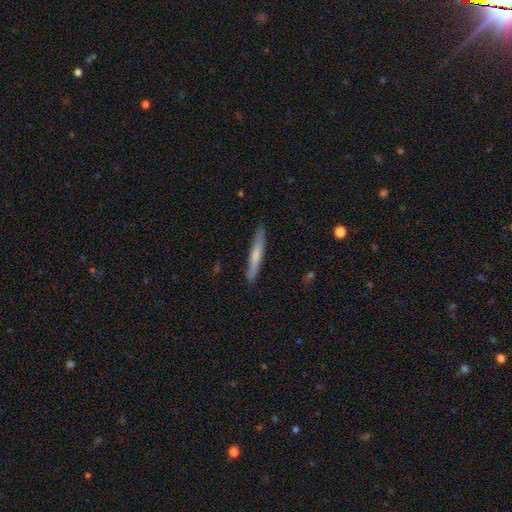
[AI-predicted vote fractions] Morphology: type=smooth (59%); roundness=cigar-shaped (95%); merging=none (88%).